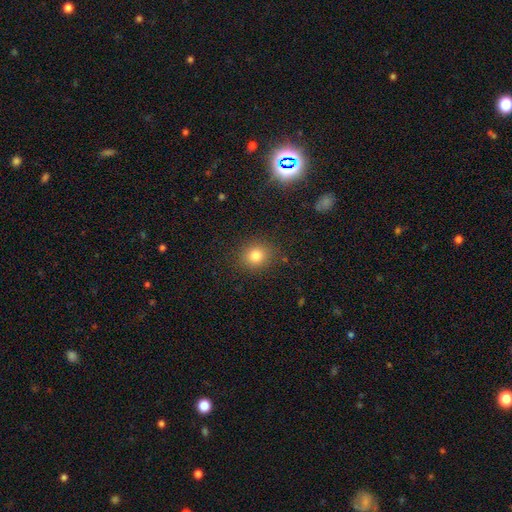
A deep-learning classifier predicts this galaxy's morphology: Overall: smooth (80%). How rounded: round (78%). Merging: none (87%).